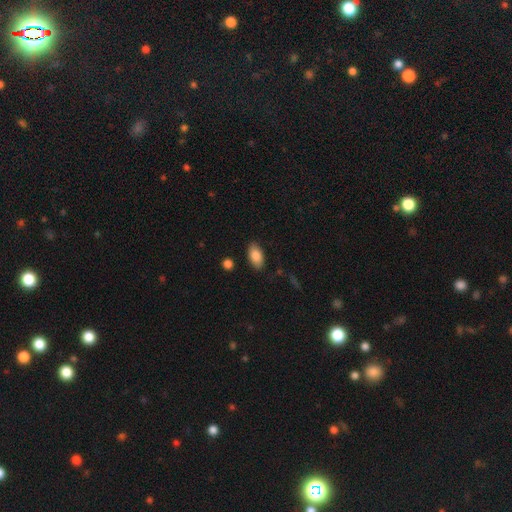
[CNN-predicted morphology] Smooth or featured: smooth — 86% (featured or disk — 7%)
How rounded: in between — 93% (round — 4%)
Merging: none — 86% (minor disturbance — 10%)